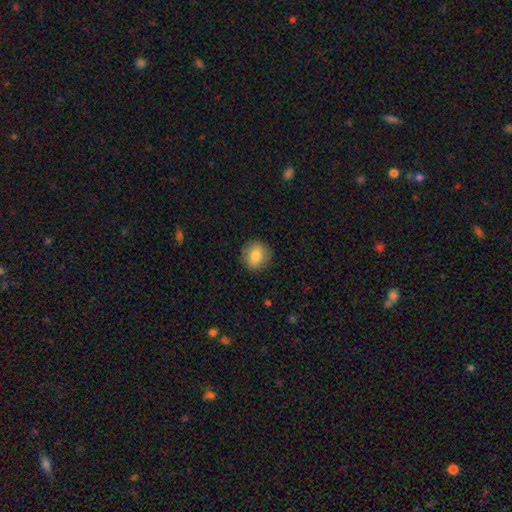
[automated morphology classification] smooth-or-featured: smooth: 81% | featured or disk: 11% | star or artifact: 8%
  how-rounded: round: 86% | in between: 13% | cigar-shaped: 1%
  merging: none: 89% | minor disturbance: 8% | major disturbance: 2% | merger: 1%